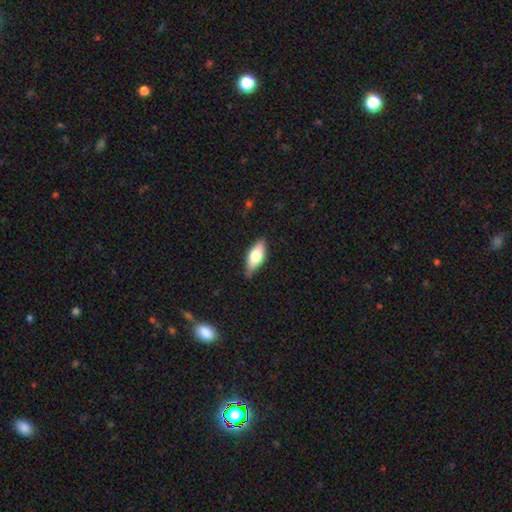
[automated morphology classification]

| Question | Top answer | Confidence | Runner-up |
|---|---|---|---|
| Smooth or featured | smooth | 72% | featured or disk (22%) |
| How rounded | in between | 82% | cigar-shaped (15%) |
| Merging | none | 76% | minor disturbance (20%) |